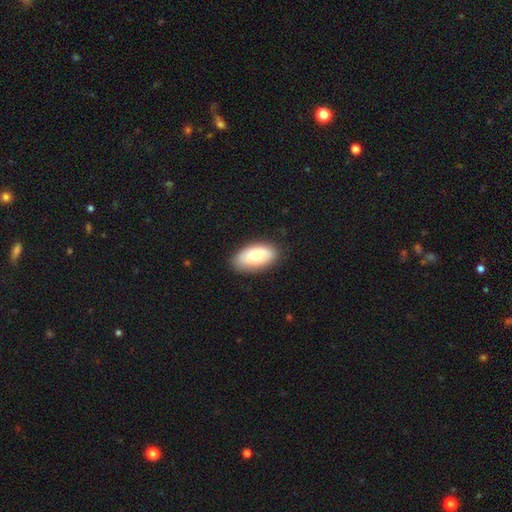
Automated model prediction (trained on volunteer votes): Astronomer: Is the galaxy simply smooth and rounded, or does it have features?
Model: smooth — 76%.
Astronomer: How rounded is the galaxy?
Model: in between — 94%.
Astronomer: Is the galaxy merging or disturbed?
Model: none — 83%.